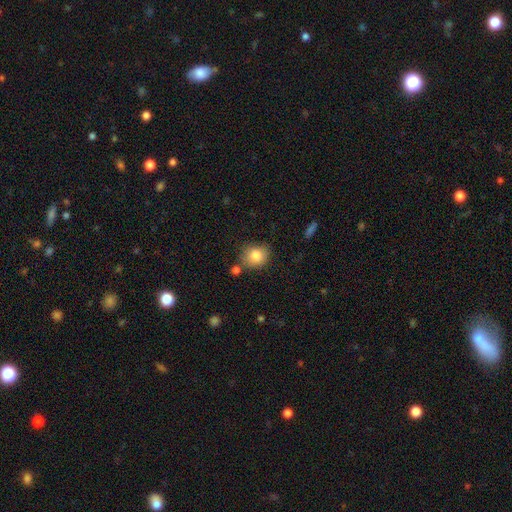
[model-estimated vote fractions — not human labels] A smooth galaxy with no disk features (83%) that is round (68%).

Vote fractions:
- Smooth or featured? smooth: 83% / star or artifact: 9% / featured or disk: 8%
- How rounded? round: 68% / in between: 31% / cigar-shaped: 1%
- Merging? none: 70% / minor disturbance: 17% / merger: 9% / major disturbance: 4%